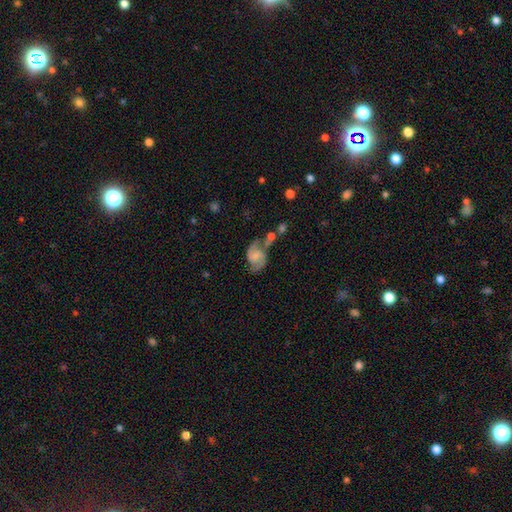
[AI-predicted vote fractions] Smooth or featured? featured or disk (76%)
Edge-on disk? no (98%)
Bar? no (58%)
Spiral arms? yes (94%)
Spiral winding? medium (47%)
Spiral arm count? 2 (89%)
Bulge size? small (48%)
Merging? none (37%)